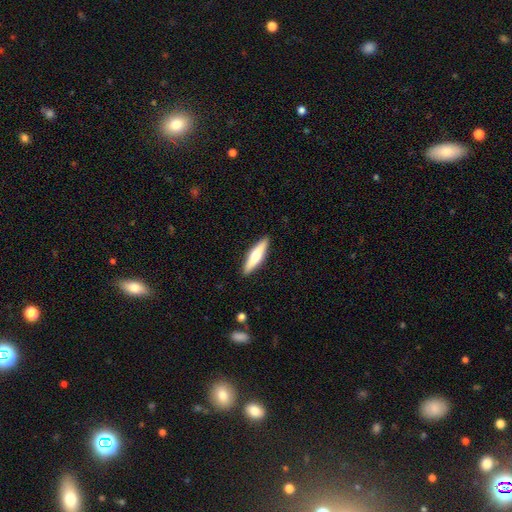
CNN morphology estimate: A smooth galaxy with no disk features (56%) that is cigar-shaped (74%).

Vote fractions:
- Smooth or featured? smooth: 56% / featured or disk: 39% / star or artifact: 5%
- How rounded? cigar-shaped: 74% / in between: 24% / round: 2%
- Merging? none: 90% / minor disturbance: 7% / major disturbance: 1% / merger: 1%